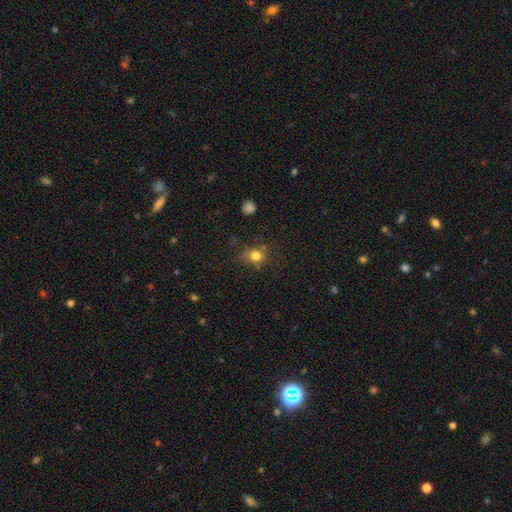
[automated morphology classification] This is likely a smooth galaxy (78%). How rounded: likely round (72%). Merging: likely none (69%).